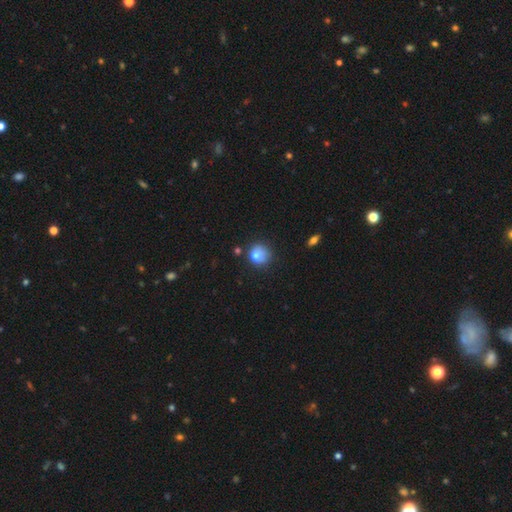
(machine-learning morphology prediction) This appears to be a smooth galaxy with no disk features (78%) that is round (83%). Merging: none (61%).